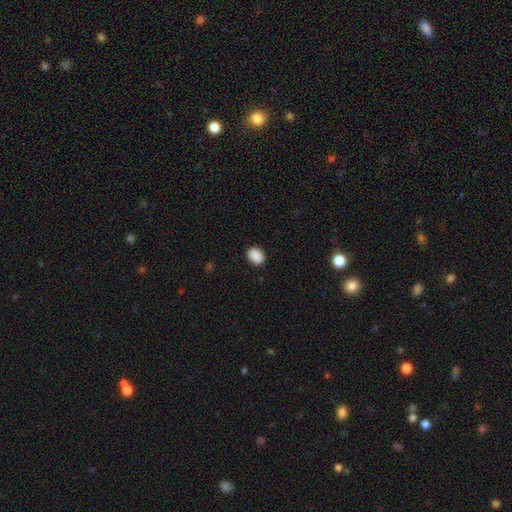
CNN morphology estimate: type=smooth (90%); roundness=in between (64%); merging=none (89%).